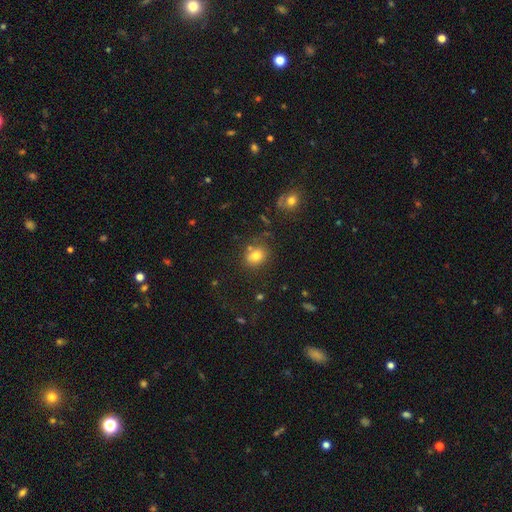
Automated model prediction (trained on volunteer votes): A smooth galaxy with no disk features (76%) that is round (61%).

Vote fractions:
- Smooth or featured? smooth: 76% / star or artifact: 14% / featured or disk: 10%
- How rounded? round: 61% / in between: 38% / cigar-shaped: 1%
- Merging? none: 72% / minor disturbance: 14% / merger: 9% / major disturbance: 5%